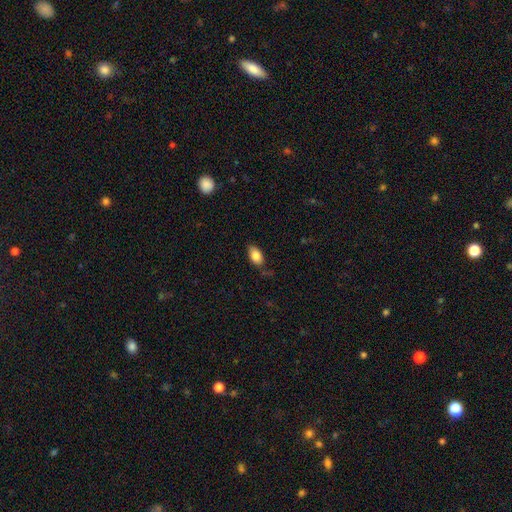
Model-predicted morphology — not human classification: Smooth or featured? Predicted: smooth (p=0.84). How rounded? Predicted: in between (p=0.92). Merging? Predicted: none (p=0.78).